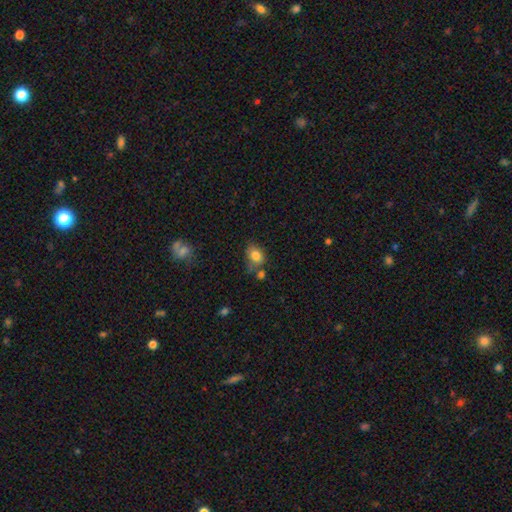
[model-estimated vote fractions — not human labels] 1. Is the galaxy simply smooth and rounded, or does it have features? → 82% smooth, 10% star or artifact, 8% featured or disk.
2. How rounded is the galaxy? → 62% in between, 37% round, 1% cigar-shaped.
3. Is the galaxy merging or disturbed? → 61% none, 20% minor disturbance, 13% merger, 5% major disturbance.